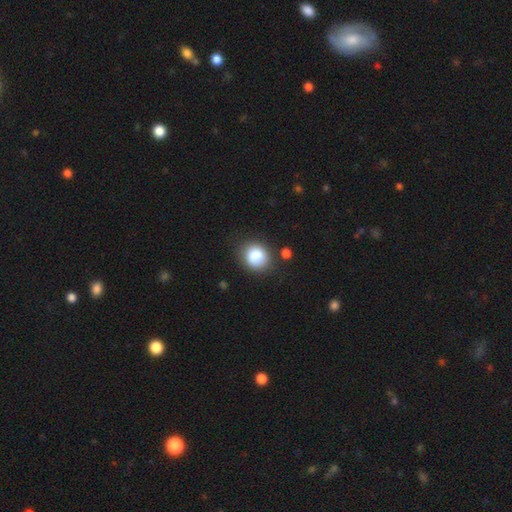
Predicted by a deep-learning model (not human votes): A smooth galaxy with no disk features (84%) that is round (75%). Merging: none (73%).